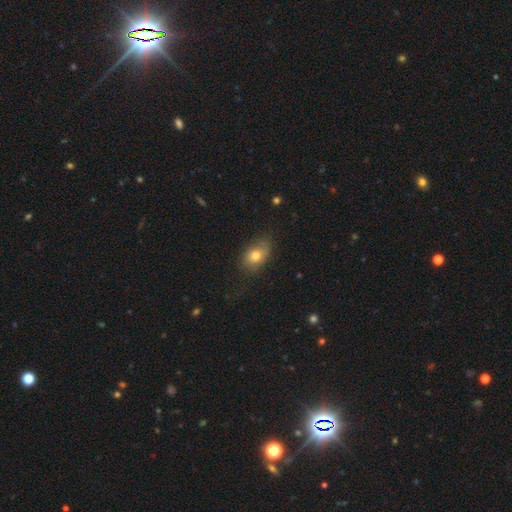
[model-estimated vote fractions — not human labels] smooth_or_featured: smooth (p=0.75) [alt: featured or disk p=0.15]
how_rounded: in between (p=0.75) [alt: round p=0.23]
merging: none (p=0.61) [alt: minor disturbance p=0.28]